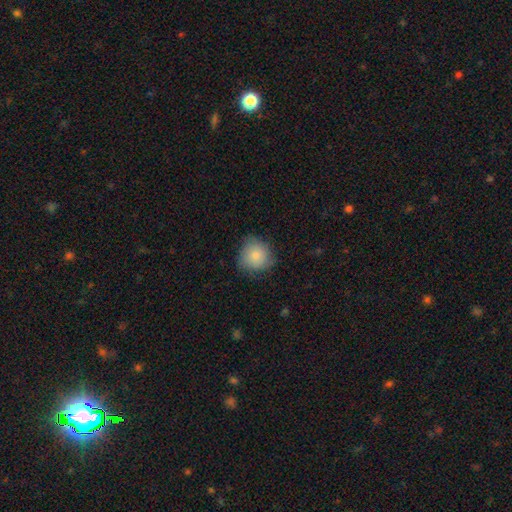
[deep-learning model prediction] This is clearly a smooth galaxy (85%). How rounded: clearly round (89%). Merging: likely none (75%).